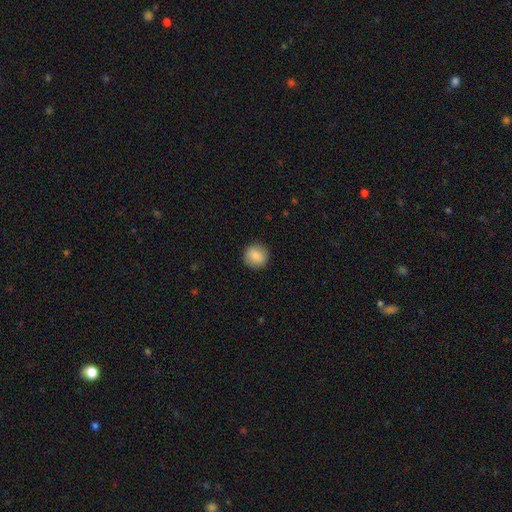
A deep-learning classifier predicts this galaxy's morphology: The model was most divided on "smooth or featured": smooth: 85%, star or artifact: 8%, featured or disk: 7%. More confident: how rounded — round (92%); merging — none (91%).